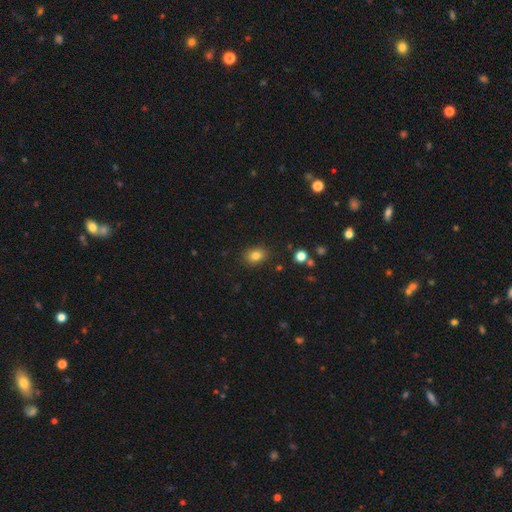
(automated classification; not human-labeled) Smooth or featured? Predicted: smooth (p=0.82). How rounded? Predicted: in between (p=0.60). Merging? Predicted: none (p=0.86).